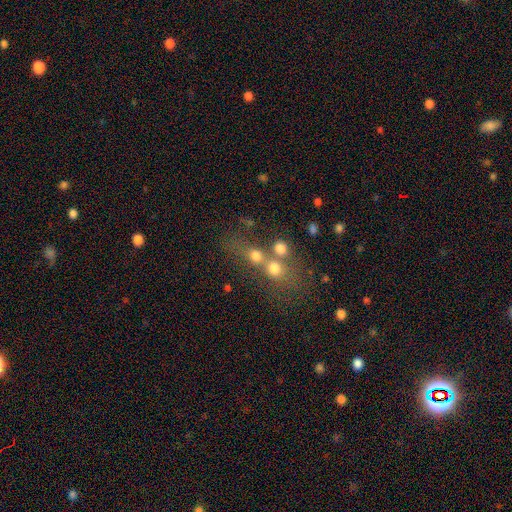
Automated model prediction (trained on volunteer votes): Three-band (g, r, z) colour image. It shows a smooth galaxy with no disk features (68%) that is round (70%). Merging: merger (51%).